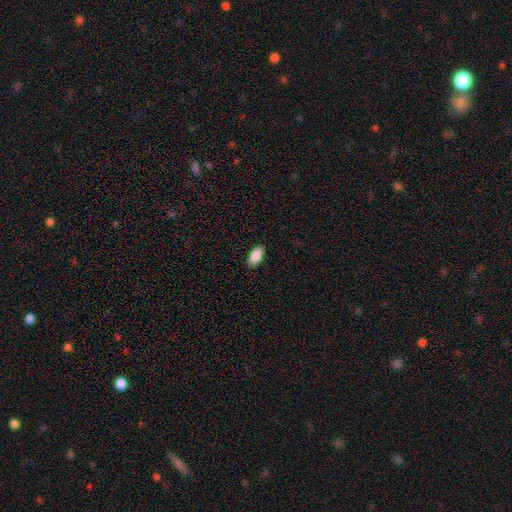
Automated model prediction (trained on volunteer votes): smooth-or-featured: smooth: 90% | star or artifact: 6% | featured or disk: 4%
  how-rounded: in between: 93% | cigar-shaped: 4% | round: 2%
  merging: none: 89% | minor disturbance: 8% | major disturbance: 2% | merger: 1%